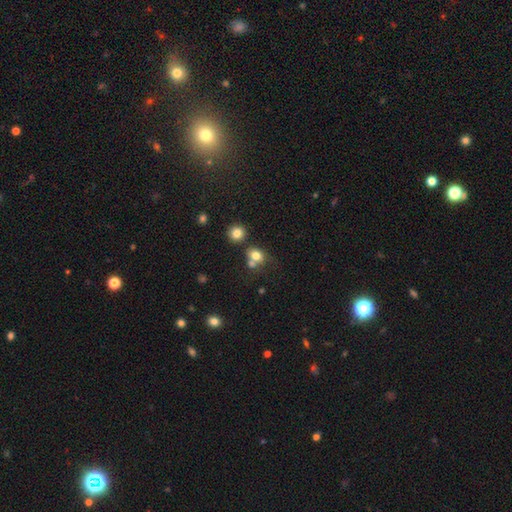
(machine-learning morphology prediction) The model was most divided on "merging": none: 42%, merger: 38%, minor disturbance: 13%, major disturbance: 7%. More confident: smooth or featured — smooth (77%); how rounded — round (63%).